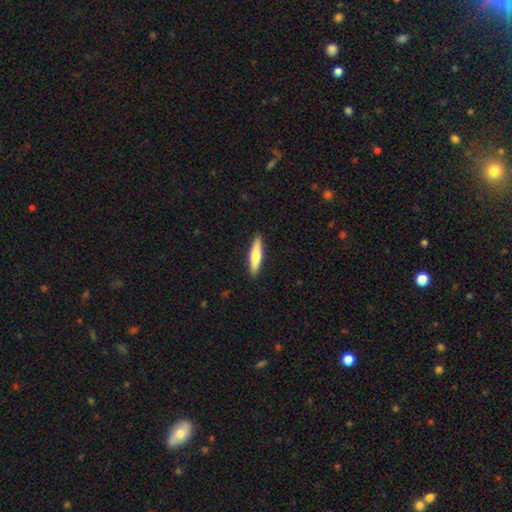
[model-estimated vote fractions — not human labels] Overall: smooth (66%; featured or disk 29%). How rounded: cigar-shaped (79%). Merging: none (91%).